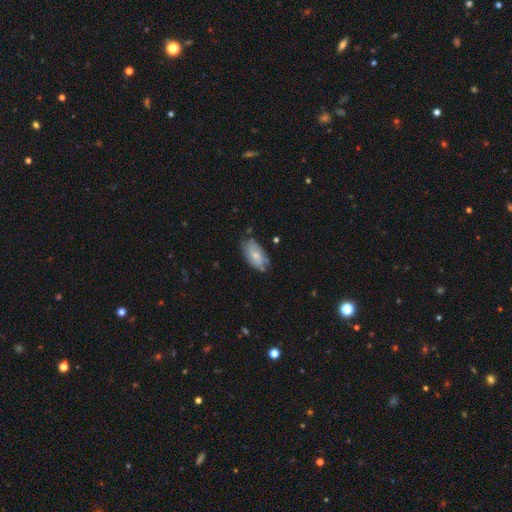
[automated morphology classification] This appears to be a smooth galaxy with no disk features (49%). Merging: none (60%).